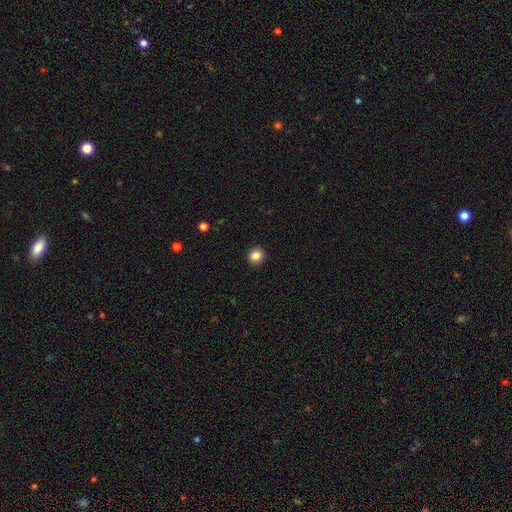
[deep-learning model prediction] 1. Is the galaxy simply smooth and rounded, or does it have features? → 85% smooth, 11% star or artifact, 4% featured or disk.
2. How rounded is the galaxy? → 89% round, 10% in between, 1% cigar-shaped.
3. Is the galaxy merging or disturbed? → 93% none, 5% minor disturbance, 2% major disturbance, 1% merger.